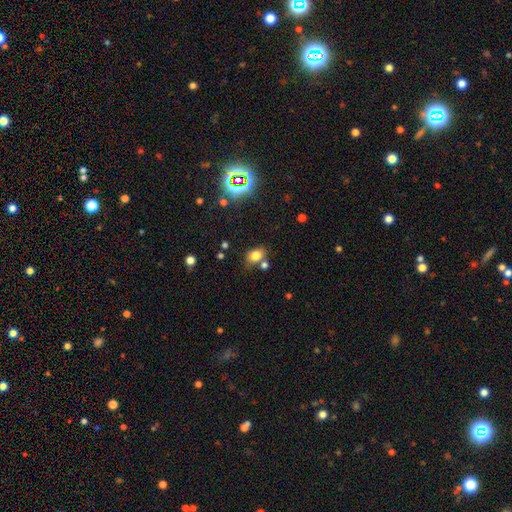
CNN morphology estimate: smooth 76%, star or artifact 15%, featured or disk 9%. Down the decision tree: how rounded — in between (69%); merging — none (63%).